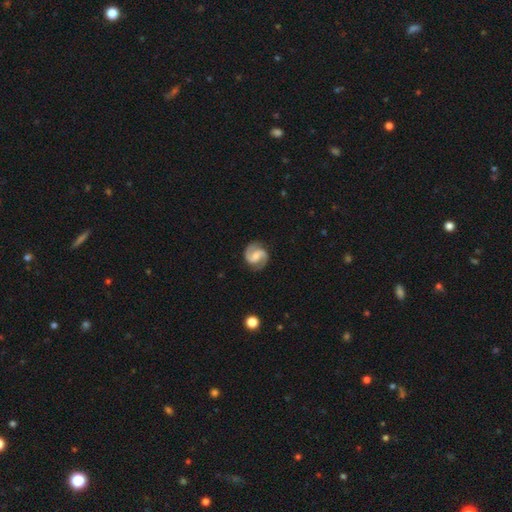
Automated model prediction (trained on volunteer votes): smooth-or-featured: featured or disk: 89% | smooth: 7% | star or artifact: 4%
  disk-edge-on: no: 98% | yes: 2%
    bar: weak: 49% | no: 31% | strong: 20%
    has-spiral-arms: yes: 98% | no: 2%
      spiral-winding: medium: 58% | tight: 26% | loose: 16%
      spiral-arm-count: 2: 94% | can't tell: 2% | 1: 1% | 3: 1% | 4: 1% | more than 4: 1%
    bulge-size: small: 38% | moderate: 36% | none: 20% | large: 5% | dominant: 1%
  merging: none: 86% | minor disturbance: 10% | major disturbance: 3% | merger: 1%